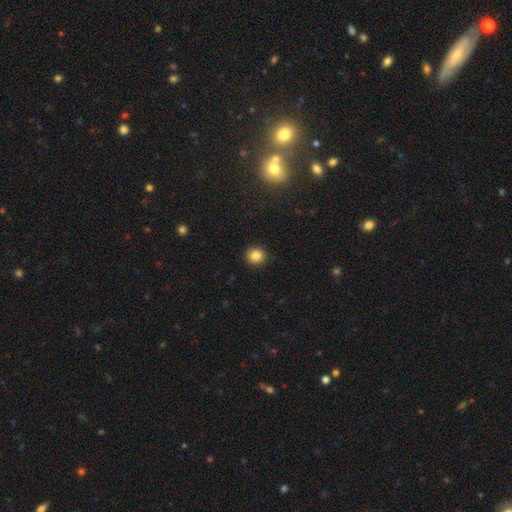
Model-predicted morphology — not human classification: This appears to be a smooth galaxy with no disk features (84%) that is round (87%). Merging: none (92%).